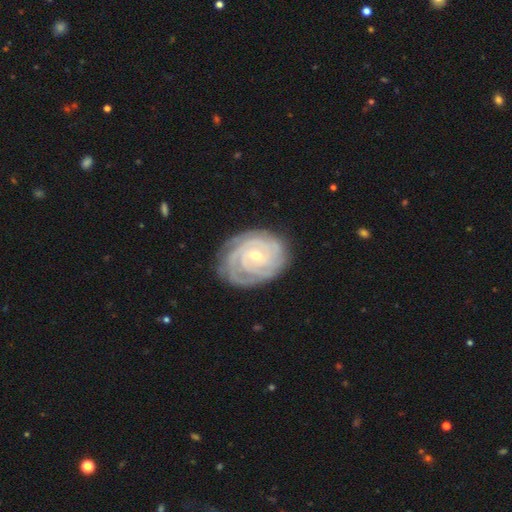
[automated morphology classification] This is clearly a featured or disk galaxy (88%). It is clearly not viewed edge-on (97%). Bar: possibly no (56%). Spiral arm pattern: clearly yes (97%). Spiral arm count: marginally can't tell (28%). Spiral winding: clearly tight (83%). Central bulge: likely small (64%). Merging: likely none (78%).